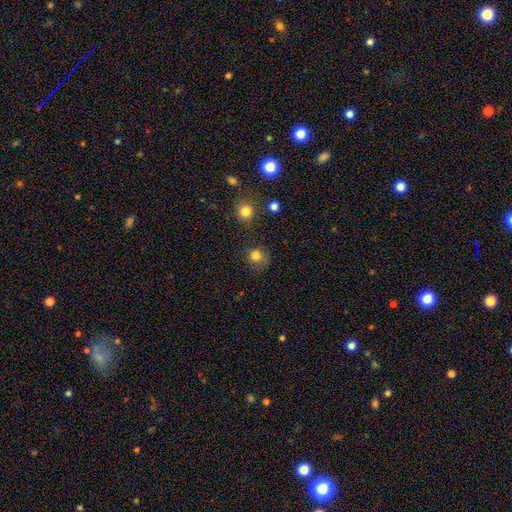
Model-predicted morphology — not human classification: A smooth galaxy with no disk features (81%) that is round (86%).

Vote fractions:
- Smooth or featured? smooth: 81% / star or artifact: 13% / featured or disk: 6%
- How rounded? round: 86% / in between: 13% / cigar-shaped: 1%
- Merging? none: 66% / minor disturbance: 21% / major disturbance: 10% / merger: 4%